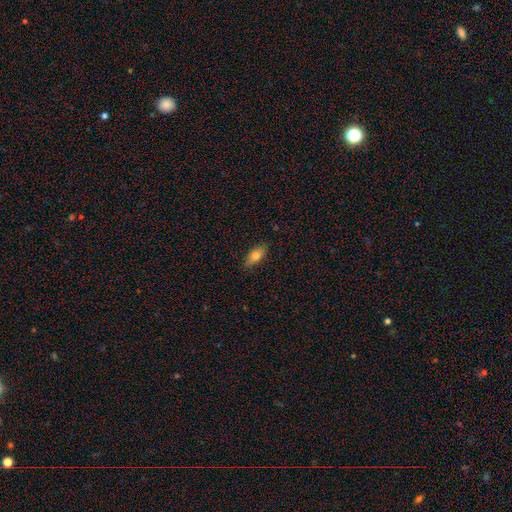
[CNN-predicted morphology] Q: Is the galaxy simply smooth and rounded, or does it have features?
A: smooth — 74%.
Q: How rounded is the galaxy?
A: in between — 76%.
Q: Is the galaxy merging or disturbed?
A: none — 86%.